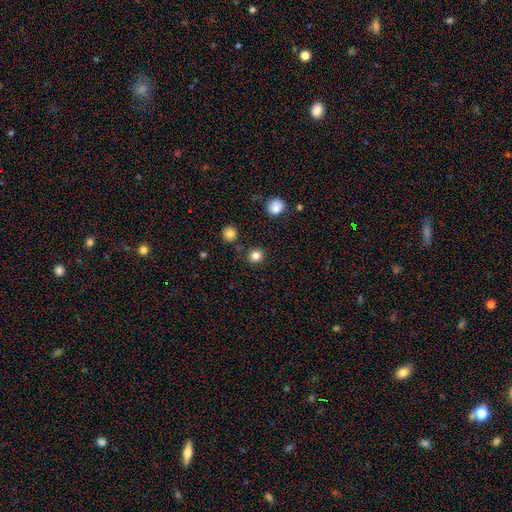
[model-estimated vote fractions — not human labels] Overall: smooth (83%). How rounded: round (90%). Merging: none (87%).